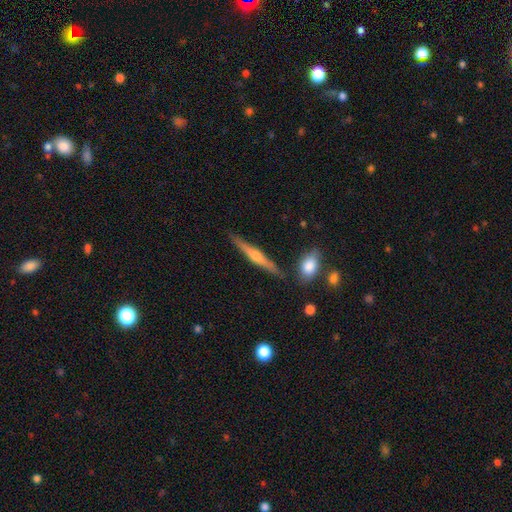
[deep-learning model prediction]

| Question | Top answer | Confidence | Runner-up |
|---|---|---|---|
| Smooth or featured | featured or disk | 72% | smooth (22%) |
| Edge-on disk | yes | 98% | no (2%) |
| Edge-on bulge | rounded | 87% | none (8%) |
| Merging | none | 87% | minor disturbance (8%) |